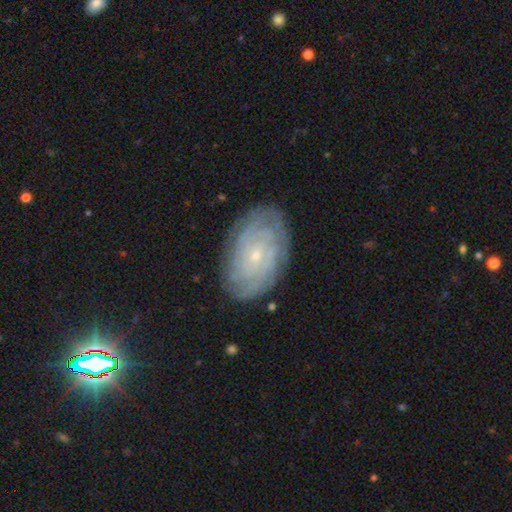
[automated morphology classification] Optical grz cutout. It shows a featured or disk galaxy (78%) with no bar (73%), tight (81%) spiral arms (94%) and a small central bulge (82%). Merging: none (83%).